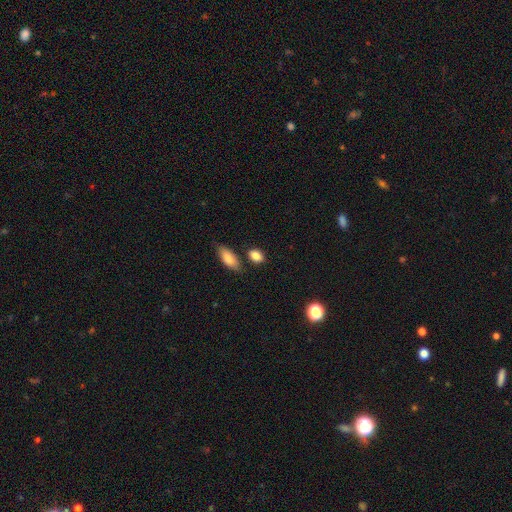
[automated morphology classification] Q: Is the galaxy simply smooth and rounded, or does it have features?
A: smooth — 86%.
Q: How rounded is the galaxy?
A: in between — 74%.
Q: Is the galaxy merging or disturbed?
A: none — 74%.